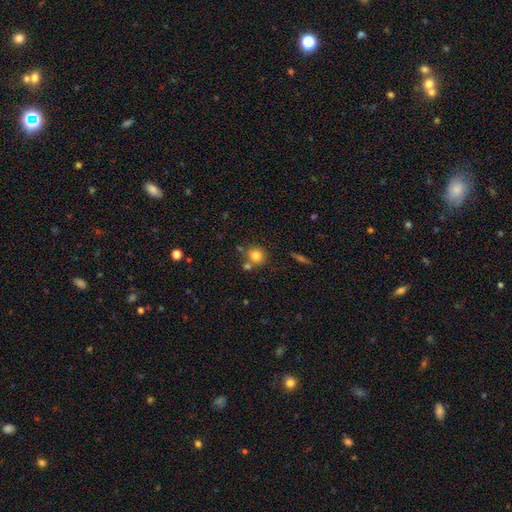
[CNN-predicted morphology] smooth 81%, star or artifact 11%, featured or disk 8%. Down the decision tree: how rounded — round (84%); merging — none (65%).